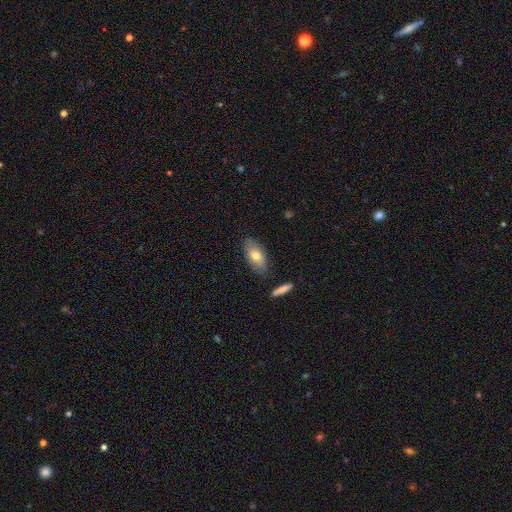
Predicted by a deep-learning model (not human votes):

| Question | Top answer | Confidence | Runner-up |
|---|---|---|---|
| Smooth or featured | smooth | 67% | featured or disk (27%) |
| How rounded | in between | 86% | cigar-shaped (10%) |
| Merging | none | 81% | minor disturbance (14%) |